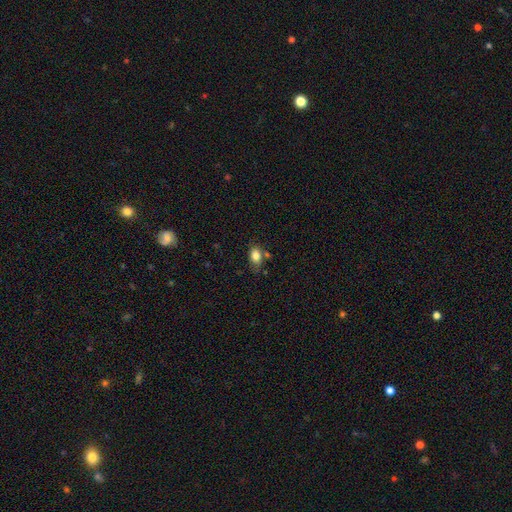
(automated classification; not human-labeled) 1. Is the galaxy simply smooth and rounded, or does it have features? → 82% smooth, 9% star or artifact, 8% featured or disk.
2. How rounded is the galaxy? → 82% in between, 16% round, 2% cigar-shaped.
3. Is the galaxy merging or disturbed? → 67% none, 19% minor disturbance, 9% merger, 5% major disturbance.